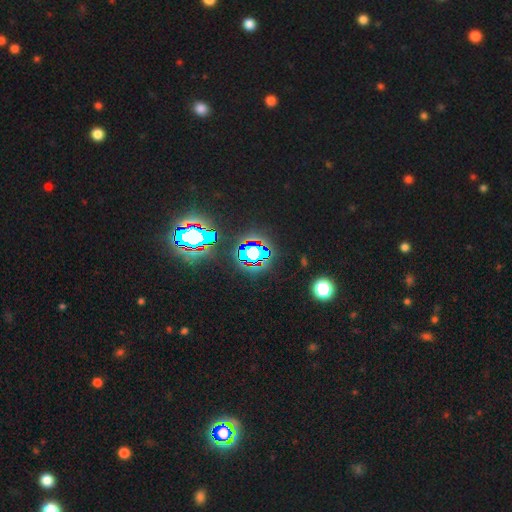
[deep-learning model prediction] star or artifact 83%, smooth 11%, featured or disk 7%.